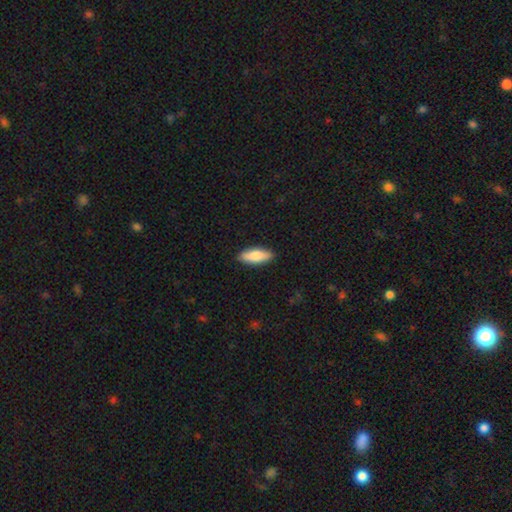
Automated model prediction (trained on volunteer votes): smooth-or-featured: smooth: 79% | featured or disk: 15% | star or artifact: 5%
  how-rounded: in between: 67% | cigar-shaped: 31% | round: 2%
  merging: none: 89% | minor disturbance: 8% | major disturbance: 2% | merger: 1%